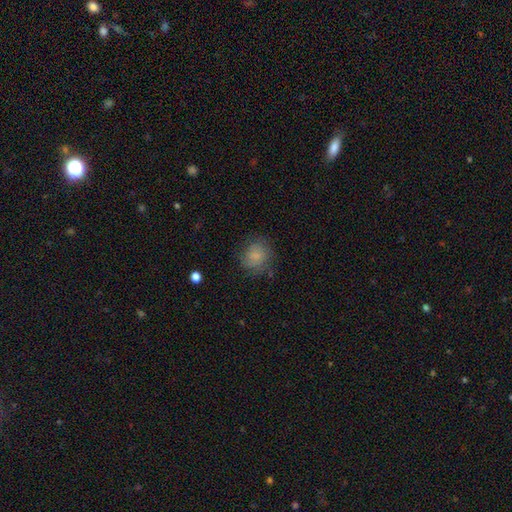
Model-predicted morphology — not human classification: Overall: smooth (77%). How rounded: round (74%). Merging: none (73%).